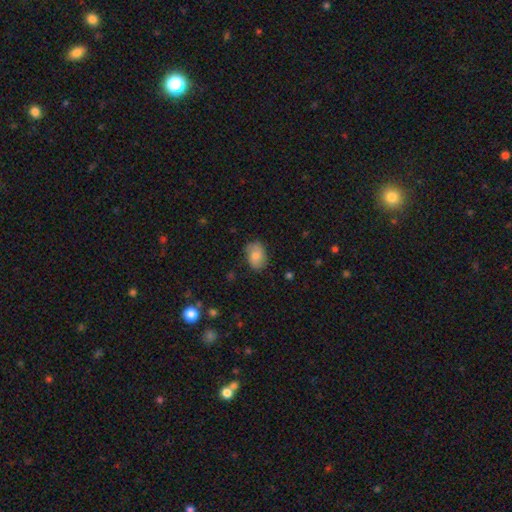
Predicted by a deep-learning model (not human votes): The model was most divided on "merging": none: 74%, minor disturbance: 20%, major disturbance: 4%, merger: 1%. More confident: how rounded — in between (79%); smooth or featured — smooth (75%).